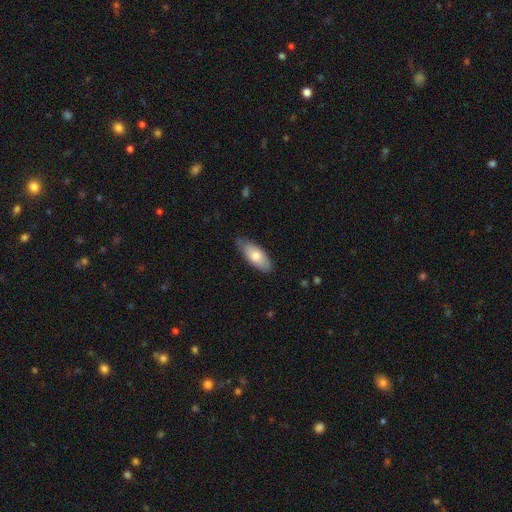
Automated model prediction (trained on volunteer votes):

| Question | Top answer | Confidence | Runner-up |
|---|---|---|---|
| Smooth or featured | smooth | 73% | featured or disk (22%) |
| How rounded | in between | 80% | cigar-shaped (18%) |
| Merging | none | 75% | minor disturbance (21%) |